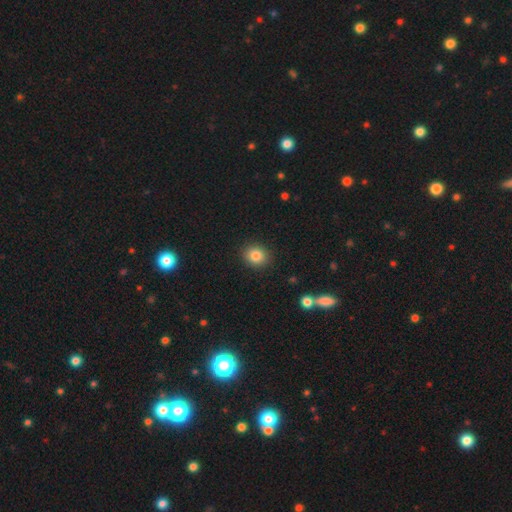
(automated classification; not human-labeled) Overall: smooth (84%). How rounded: round (69%; in between 30%). Merging: none (90%).